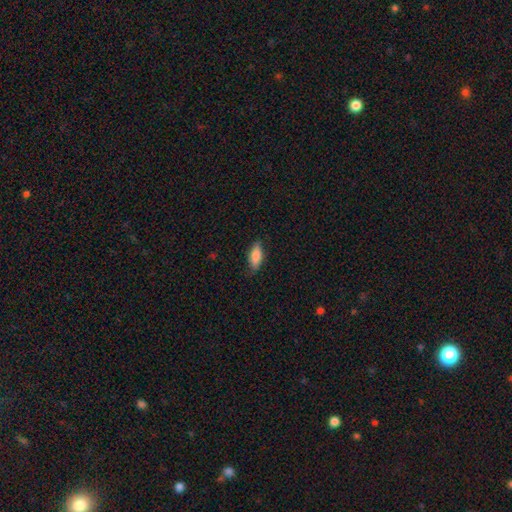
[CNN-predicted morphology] smooth_or_featured: smooth (p=0.83) [alt: featured or disk p=0.11]
how_rounded: in between (p=0.70) [alt: cigar-shaped p=0.28]
merging: none (p=0.81) [alt: minor disturbance p=0.15]